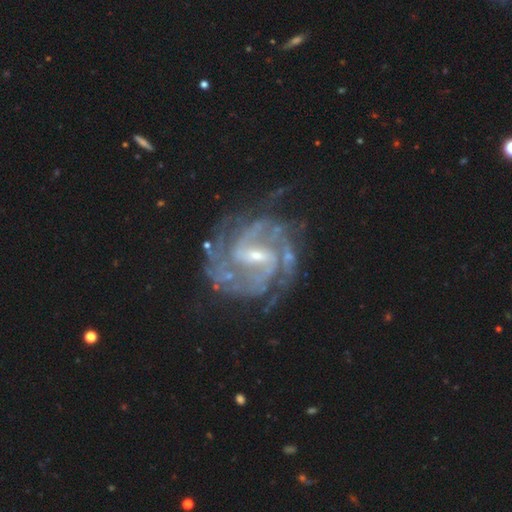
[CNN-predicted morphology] Q: Smooth or featured?
A: featured or disk (92%); runner-up: star or artifact (5%)
Q: Edge-on disk?
A: no (98%); runner-up: yes (2%)
Q: Bar?
A: weak (53%); runner-up: strong (33%)
Q: Spiral arms?
A: yes (98%); runner-up: no (2%)
Q: Spiral winding?
A: tight (47%); runner-up: medium (45%)
Q: Spiral arm count?
A: 2 (49%); runner-up: 3 (19%)
Q: Bulge size?
A: small (62%); runner-up: moderate (32%)
Q: Merging?
A: none (68%); runner-up: minor disturbance (18%)